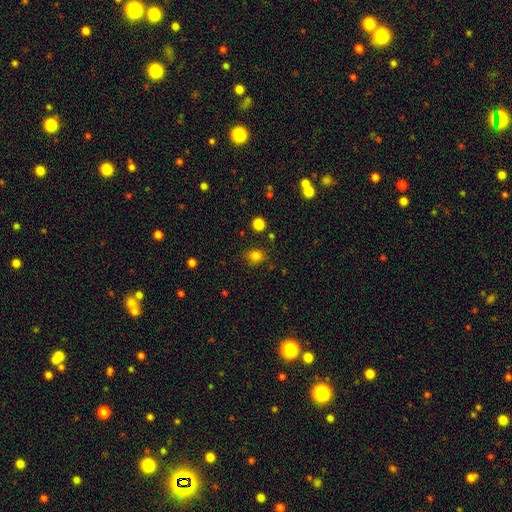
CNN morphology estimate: Smooth or featured? smooth (81%)
How rounded? round (64%)
Merging? none (80%)